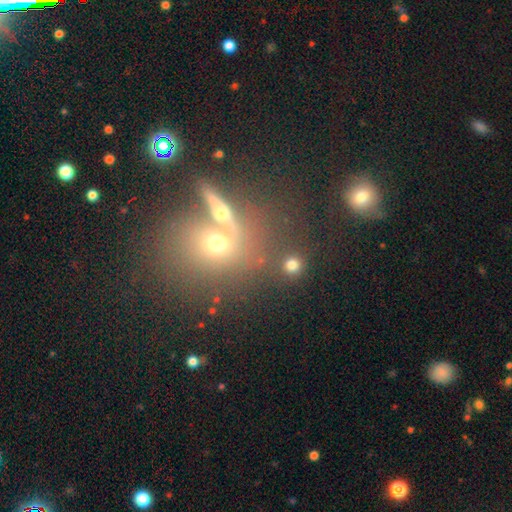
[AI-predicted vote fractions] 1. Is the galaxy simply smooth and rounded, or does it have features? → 44% smooth, 35% star or artifact, 21% featured or disk.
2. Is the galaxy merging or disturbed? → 58% none, 24% merger, 11% minor disturbance, 7% major disturbance.